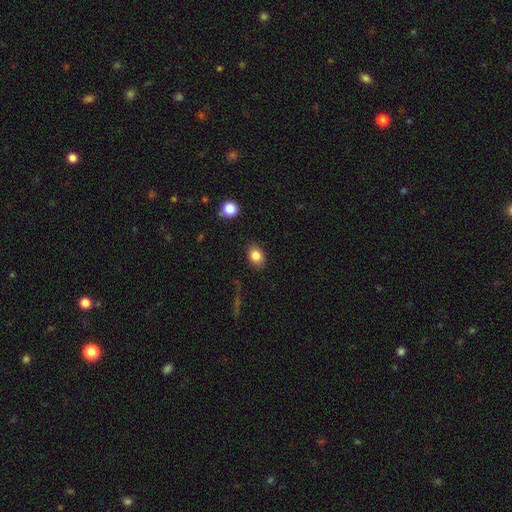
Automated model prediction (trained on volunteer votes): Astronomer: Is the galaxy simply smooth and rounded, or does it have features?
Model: smooth — 83%.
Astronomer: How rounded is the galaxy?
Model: in between — 68%.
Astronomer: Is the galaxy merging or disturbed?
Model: none — 84%.